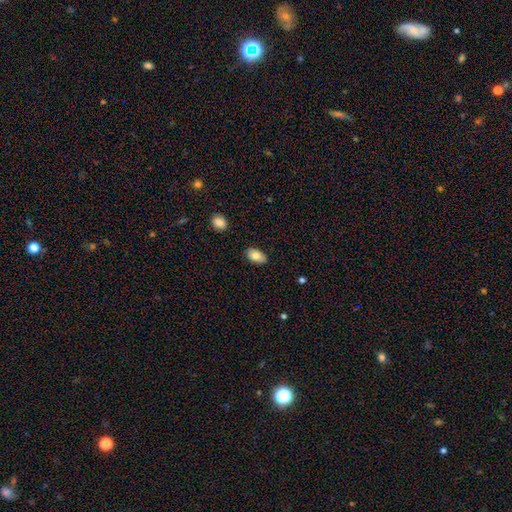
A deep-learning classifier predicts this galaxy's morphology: This is likely a smooth galaxy (79%). How rounded: clearly in between (92%). Merging: clearly none (85%).